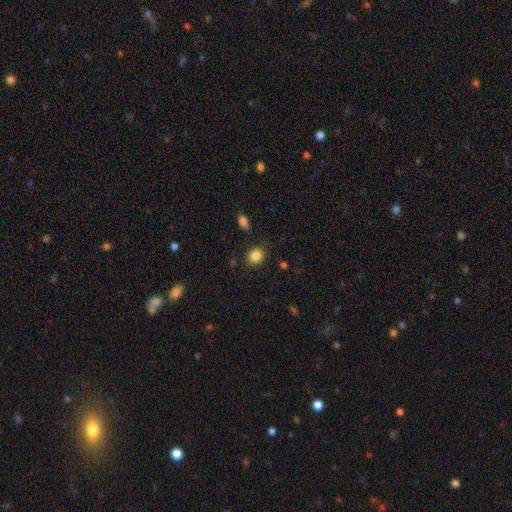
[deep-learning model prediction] A smooth galaxy with no disk features (85%) that is round (69%). Merging: none (85%).